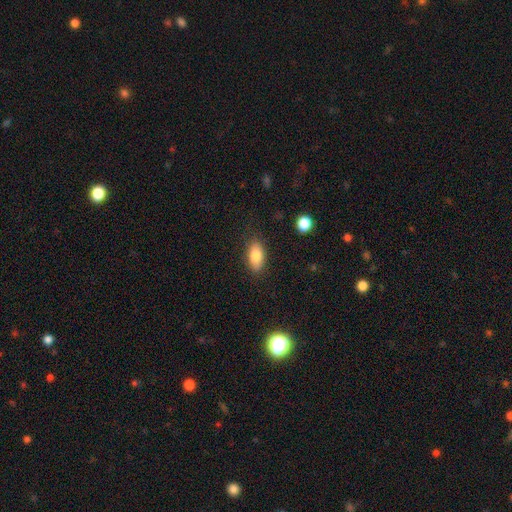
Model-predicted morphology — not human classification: smooth-or-featured: smooth: 81% | featured or disk: 11% | star or artifact: 8%
  how-rounded: in between: 89% | cigar-shaped: 6% | round: 5%
  merging: none: 84% | minor disturbance: 11% | major disturbance: 3% | merger: 1%